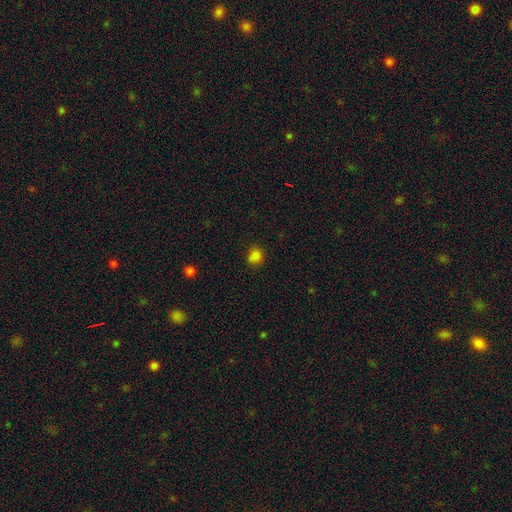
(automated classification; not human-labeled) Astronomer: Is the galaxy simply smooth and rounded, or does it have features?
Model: smooth — 81%.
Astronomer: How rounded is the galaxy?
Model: round — 76%.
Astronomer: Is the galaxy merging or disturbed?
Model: none — 83%.